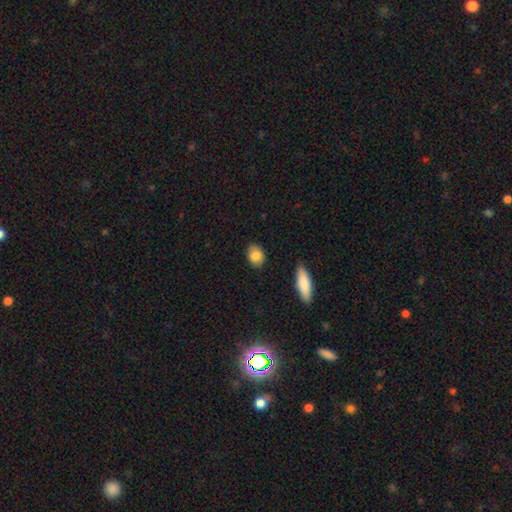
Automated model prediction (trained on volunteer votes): The model was most divided on "how rounded": in between: 67%, round: 31%, cigar-shaped: 2%. More confident: smooth or featured — smooth (86%); merging — none (86%).